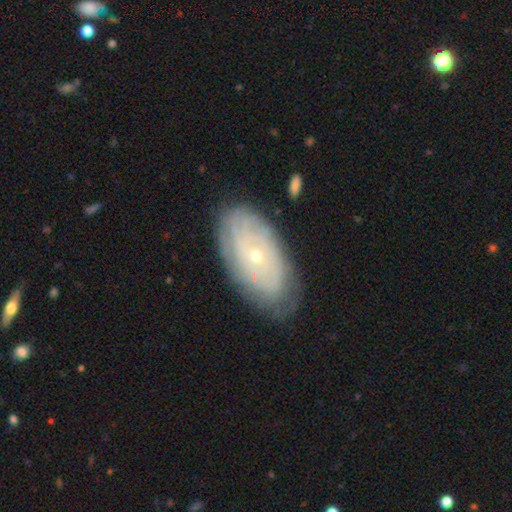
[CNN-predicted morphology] The model was most divided on "smooth or featured": featured or disk: 66%, smooth: 27%, star or artifact: 7%. More confident: edge-on disk — no (92%); bar — no (86%); bulge size — small (79%); merging — none (77%); spiral arms — yes (71%).